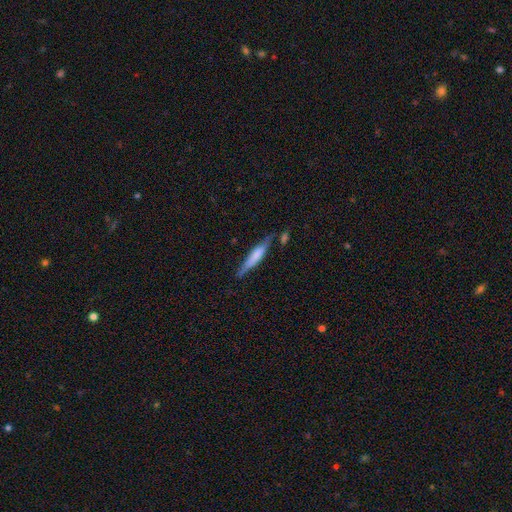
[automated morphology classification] type=smooth (53%); roundness=cigar-shaped (90%); merging=none (69%).